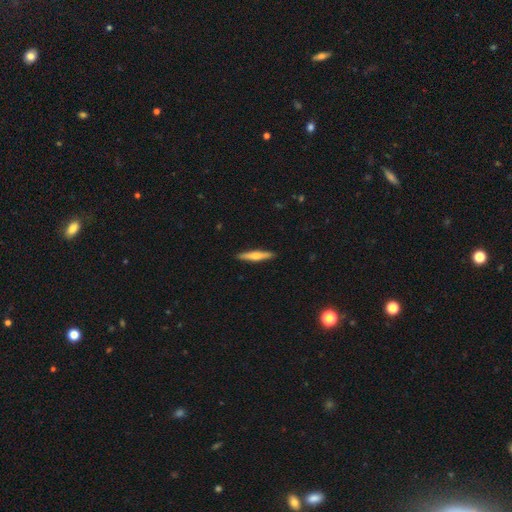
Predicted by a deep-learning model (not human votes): This is possibly a smooth galaxy (48%). Merging: clearly none (91%).